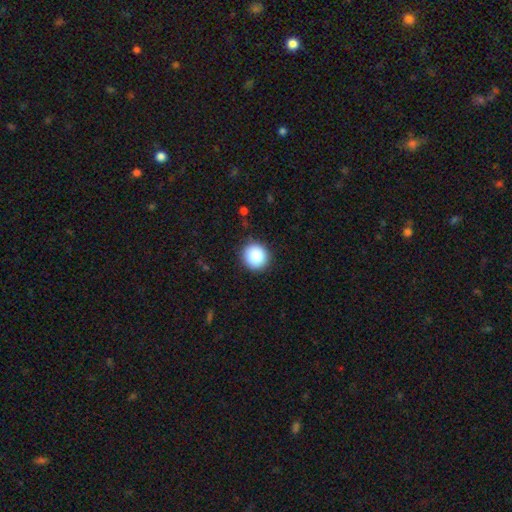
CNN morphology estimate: This appears to be a smooth galaxy with no disk features (88%) that is round (90%). Merging: none (90%).